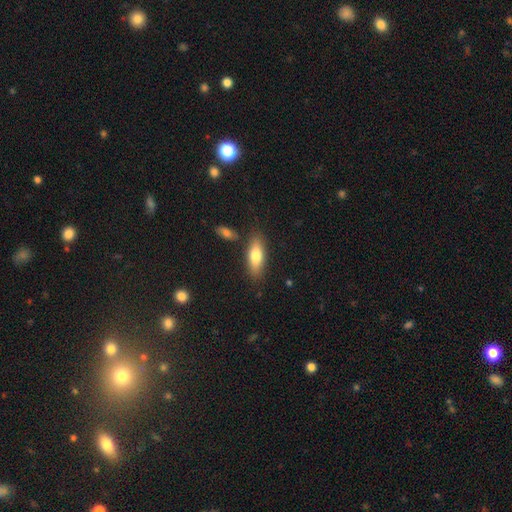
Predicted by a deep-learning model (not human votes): smooth-or-featured: smooth: 75% | featured or disk: 19% | star or artifact: 6%
  how-rounded: in between: 67% | cigar-shaped: 30% | round: 3%
  merging: none: 80% | minor disturbance: 12% | merger: 5% | major disturbance: 3%